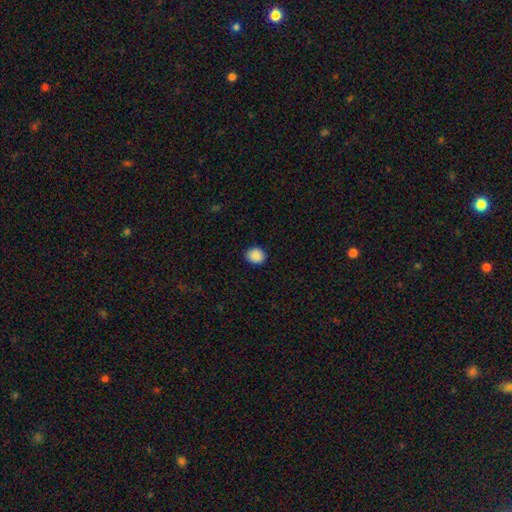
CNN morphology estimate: Smooth or featured: smooth — 89% (star or artifact — 8%)
How rounded: round — 63% (in between — 36%)
Merging: none — 88% (minor disturbance — 9%)